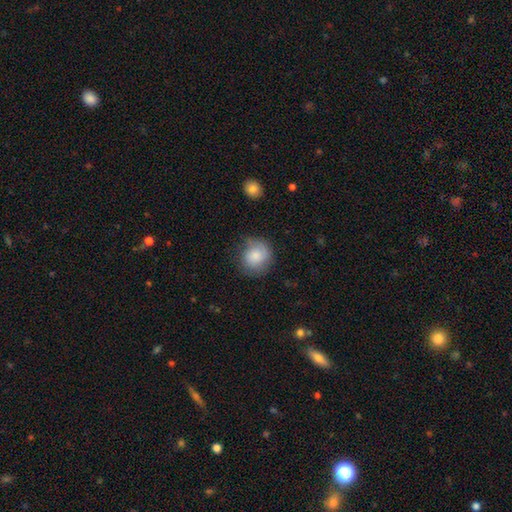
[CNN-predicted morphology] A smooth galaxy with no disk features (79%) that is round (83%).

Vote fractions:
- Smooth or featured? smooth: 79% / featured or disk: 14% / star or artifact: 7%
- How rounded? round: 83% / in between: 16% / cigar-shaped: 1%
- Merging? none: 70% / minor disturbance: 21% / major disturbance: 7% / merger: 2%